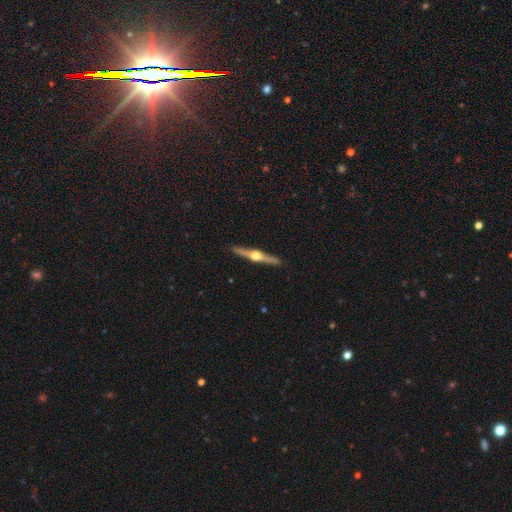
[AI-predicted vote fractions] Smooth or featured?
  - featured or disk: 82% *
  - smooth: 14%
  - star or artifact: 5%
Edge-on disk?
  - yes: 98% *
  - no: 2%
Edge-on bulge?
  - rounded: 97% *
  - boxy: 2%
  - none: 1%
Merging?
  - none: 92% *
  - minor disturbance: 6%
  - major disturbance: 1%
  - merger: 1%